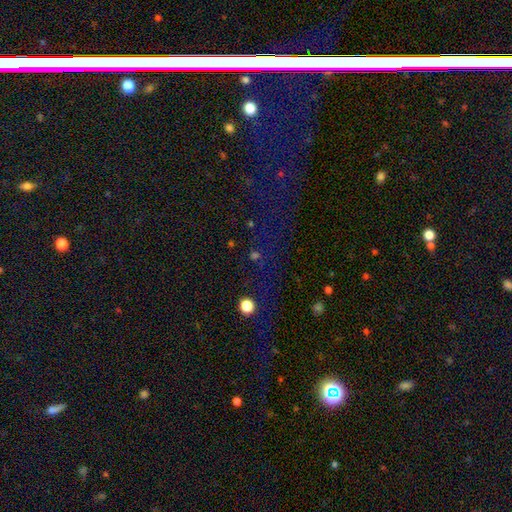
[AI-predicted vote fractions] This is likely a star or artifact rather than a galaxy (61%).